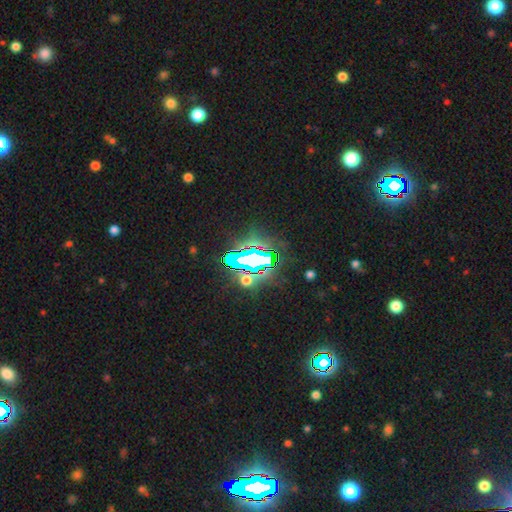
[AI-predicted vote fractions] Morphology: type=star or artifact (80%).